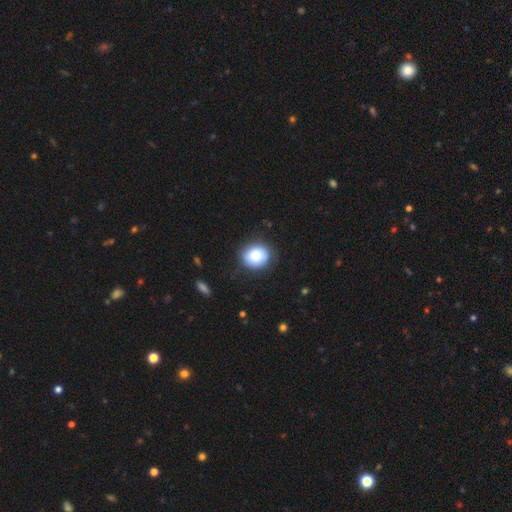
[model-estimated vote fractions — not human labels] The model was most divided on "how rounded": round: 69%, in between: 30%, cigar-shaped: 1%. More confident: merging — none (83%); smooth or featured — smooth (81%).